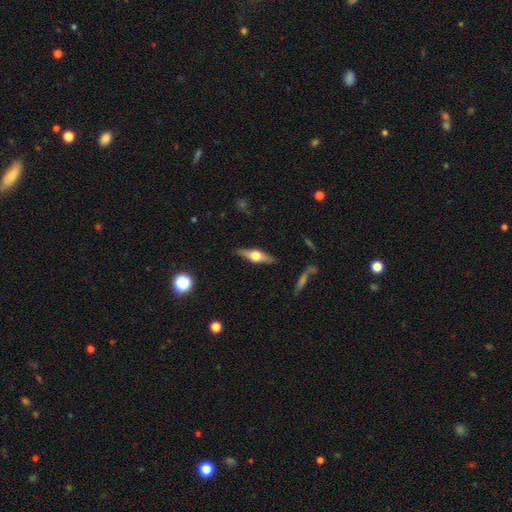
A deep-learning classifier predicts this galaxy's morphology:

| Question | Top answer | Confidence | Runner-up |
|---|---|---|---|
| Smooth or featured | featured or disk | 63% | smooth (31%) |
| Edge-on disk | yes | 94% | no (6%) |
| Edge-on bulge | rounded | 95% | boxy (4%) |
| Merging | none | 88% | minor disturbance (9%) |